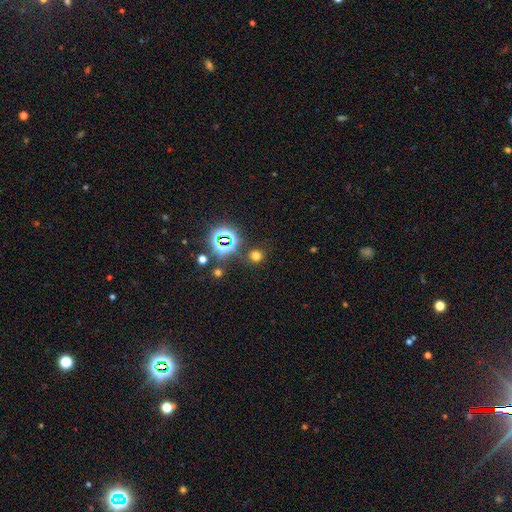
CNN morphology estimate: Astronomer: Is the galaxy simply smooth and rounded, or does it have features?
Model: smooth — 62%.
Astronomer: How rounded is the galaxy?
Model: round — 87%.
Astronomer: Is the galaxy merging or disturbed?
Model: none — 83%.